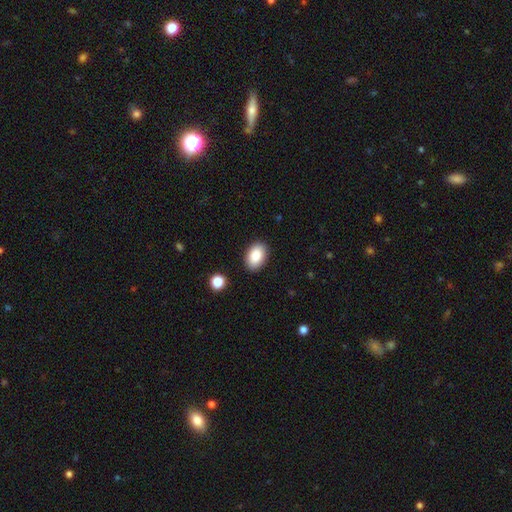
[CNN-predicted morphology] smooth_or_featured: smooth (p=0.86) [alt: star or artifact p=0.08]
how_rounded: in between (p=0.90) [alt: round p=0.09]
merging: none (p=0.89) [alt: minor disturbance p=0.08]